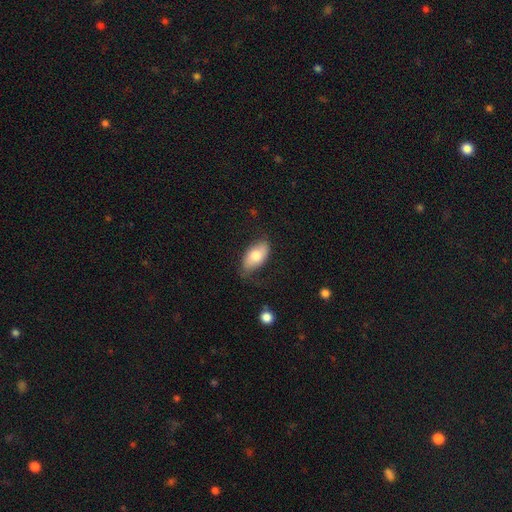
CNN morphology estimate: This appears to be a smooth galaxy with no disk features (71%) that is in between round and cigar-shaped (93%). Merging: none (65%).